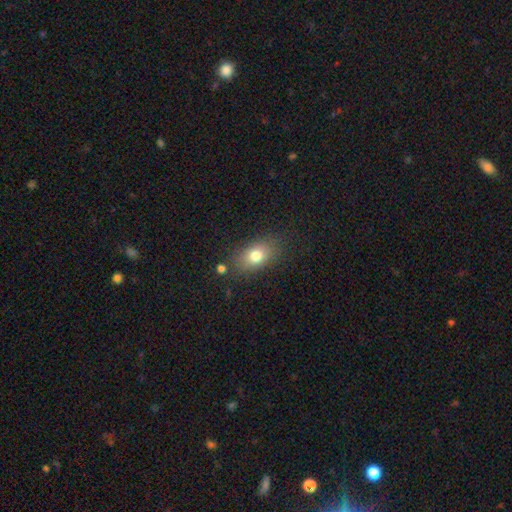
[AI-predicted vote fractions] Q: Smooth or featured?
A: smooth (77%); runner-up: featured or disk (13%)
Q: How rounded?
A: in between (79%); runner-up: round (18%)
Q: Merging?
A: none (79%); runner-up: minor disturbance (13%)